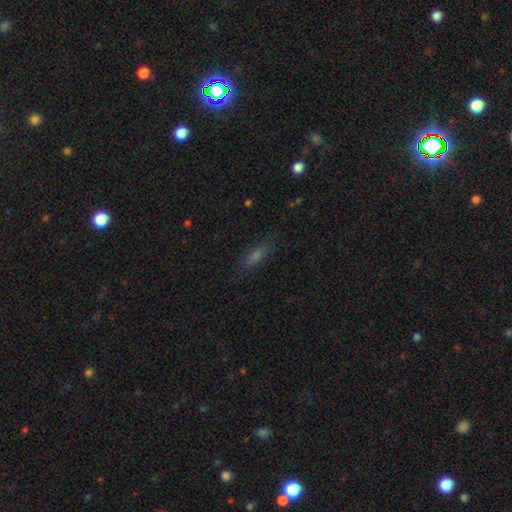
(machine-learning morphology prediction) Smooth or featured: smooth — 54% (featured or disk — 24%)
How rounded: cigar-shaped — 54% (in between — 42%)
Merging: none — 81% (minor disturbance — 13%)